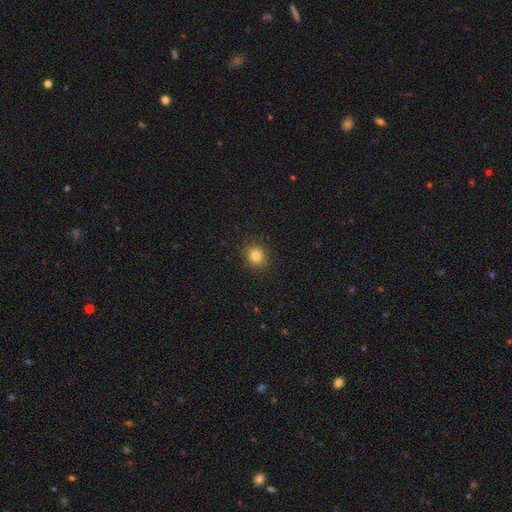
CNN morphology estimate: This appears to be a smooth galaxy with no disk features (83%) that is round (82%). Merging: none (89%).